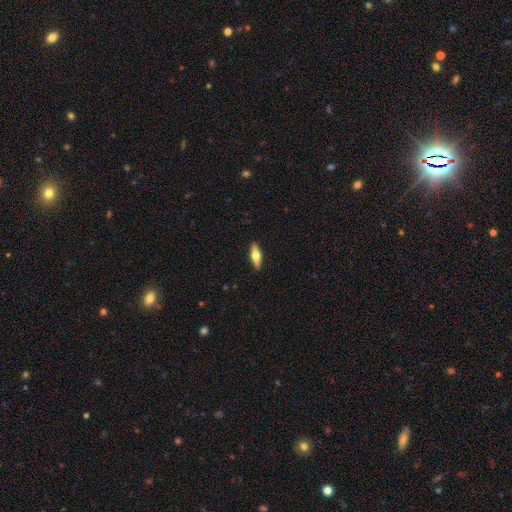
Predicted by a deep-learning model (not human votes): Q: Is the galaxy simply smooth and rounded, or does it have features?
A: smooth — 54%.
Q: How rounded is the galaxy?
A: in between — 55%.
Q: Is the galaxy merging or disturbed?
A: none — 90%.